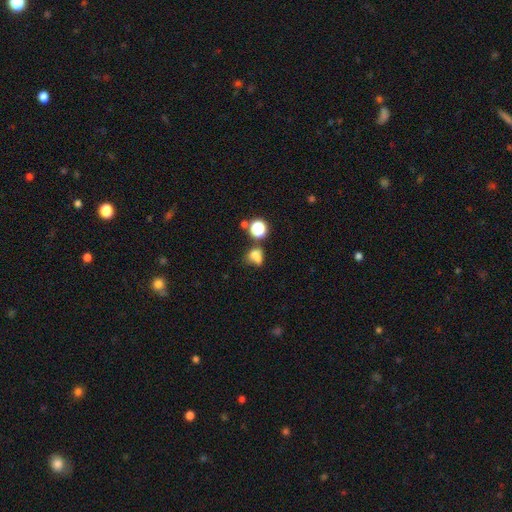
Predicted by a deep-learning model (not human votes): Q: Smooth or featured?
A: smooth (70%); runner-up: star or artifact (18%)
Q: How rounded?
A: in between (53%); runner-up: round (45%)
Q: Merging?
A: none (36%); runner-up: merger (30%)